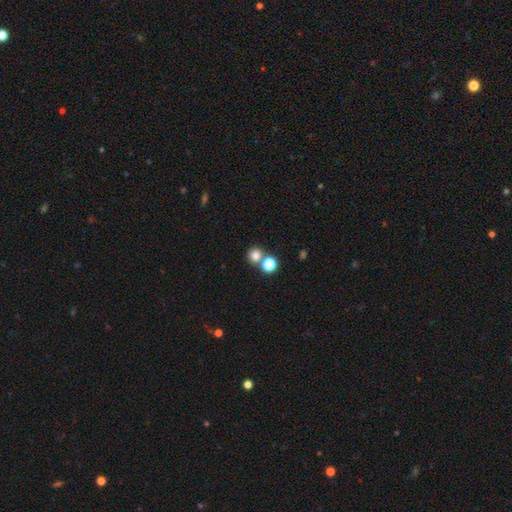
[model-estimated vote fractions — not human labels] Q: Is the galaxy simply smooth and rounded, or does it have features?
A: smooth — 77%.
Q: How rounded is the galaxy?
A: round — 89%.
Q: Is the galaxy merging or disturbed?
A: none — 63%.